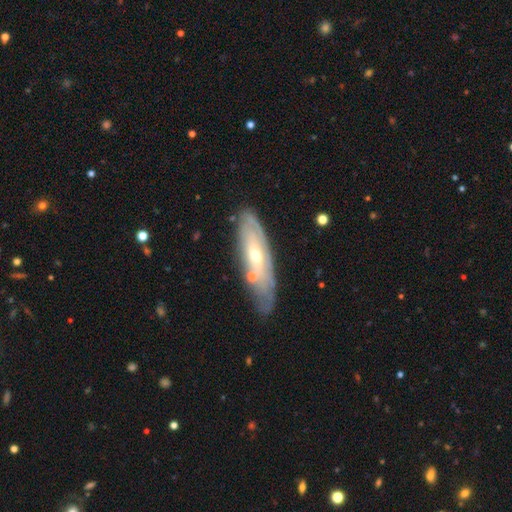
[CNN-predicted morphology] A featured or disk galaxy (69%). Merging: none (74%).